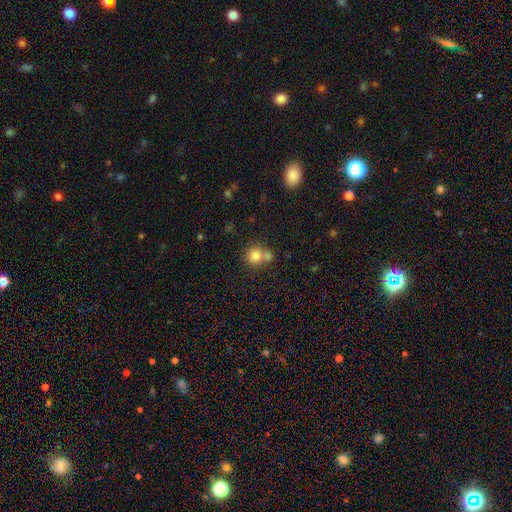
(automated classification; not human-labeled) Smooth or featured? smooth (81%)
How rounded? round (88%)
Merging? none (49%)